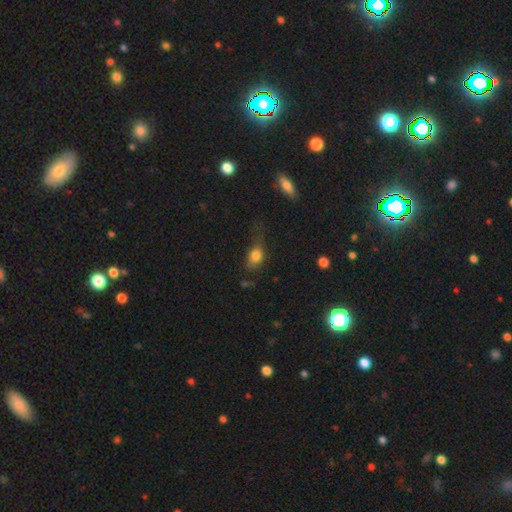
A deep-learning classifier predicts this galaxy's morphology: This is likely a smooth galaxy (77%). How rounded: likely in between (63%). Merging: marginally none (41%).